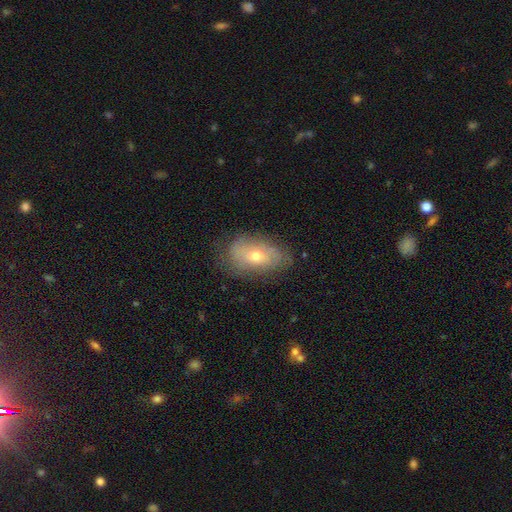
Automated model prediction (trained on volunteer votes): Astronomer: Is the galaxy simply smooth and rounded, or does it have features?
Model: featured or disk — 46% (runner-up: smooth, 44%).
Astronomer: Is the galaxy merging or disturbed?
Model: none — 70%.